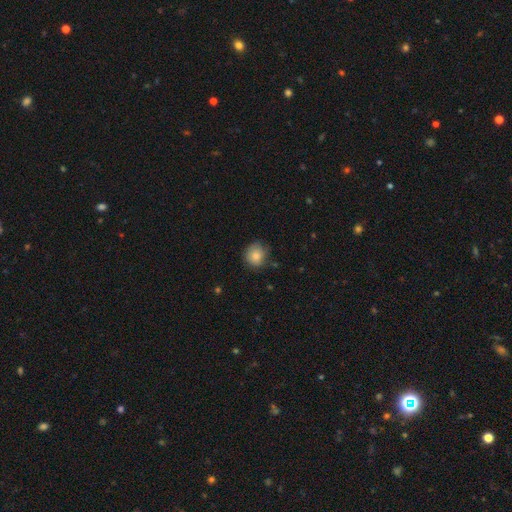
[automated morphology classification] This is clearly a smooth galaxy (85%). How rounded: clearly round (84%). Merging: likely none (74%).